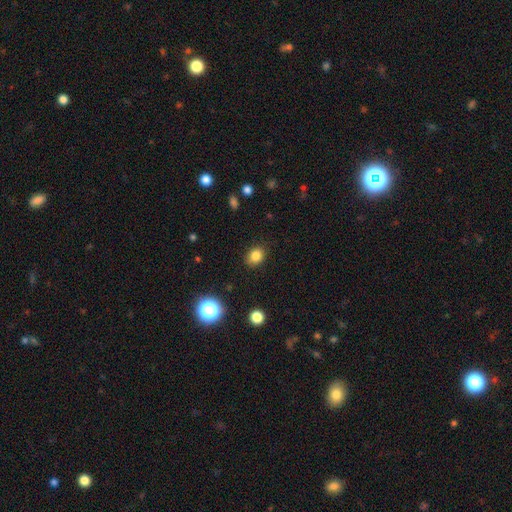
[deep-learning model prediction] Smooth or featured: smooth — 82% (star or artifact — 12%)
How rounded: round — 51% (in between — 48%)
Merging: none — 85% (minor disturbance — 11%)